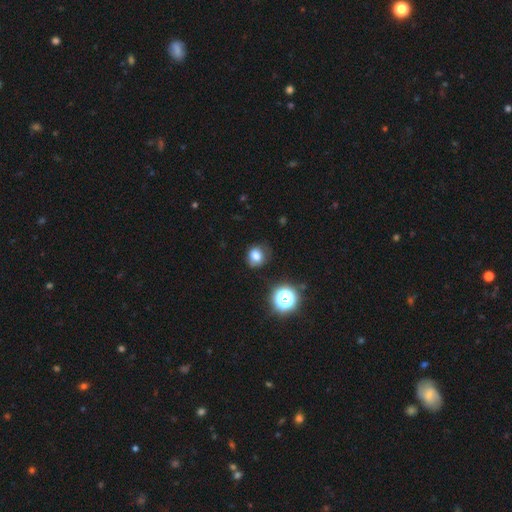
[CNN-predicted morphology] Smooth or featured?
  - smooth: 77% *
  - star or artifact: 15%
  - featured or disk: 8%
How rounded?
  - round: 69% *
  - in between: 30%
  - cigar-shaped: 1%
Merging?
  - none: 74% *
  - minor disturbance: 19%
  - major disturbance: 6%
  - merger: 2%